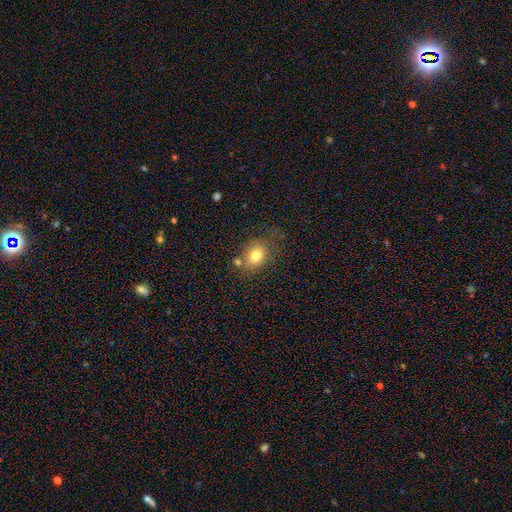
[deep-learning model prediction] Overall: smooth (78%). How rounded: in between (58%; round 41%). Merging: none (64%).